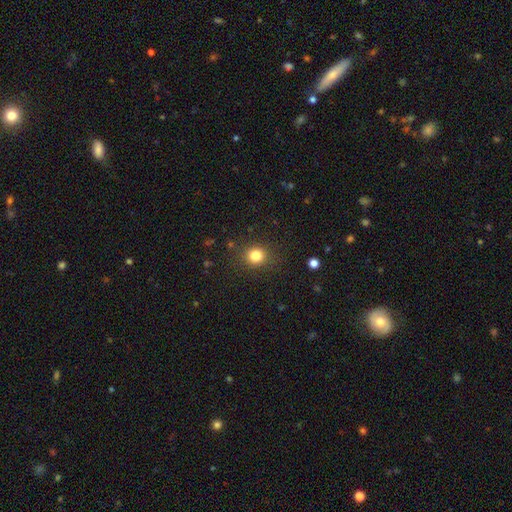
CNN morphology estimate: A smooth galaxy with no disk features (81%) that is round (84%).

Vote fractions:
- Smooth or featured? smooth: 81% / star or artifact: 13% / featured or disk: 6%
- How rounded? round: 84% / in between: 15% / cigar-shaped: 1%
- Merging? none: 87% / minor disturbance: 8% / major disturbance: 3% / merger: 1%